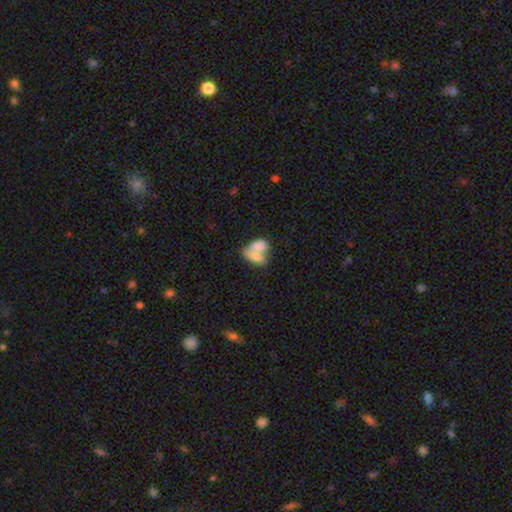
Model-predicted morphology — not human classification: This is possibly a smooth galaxy (49%). Merging: marginally none (44%).